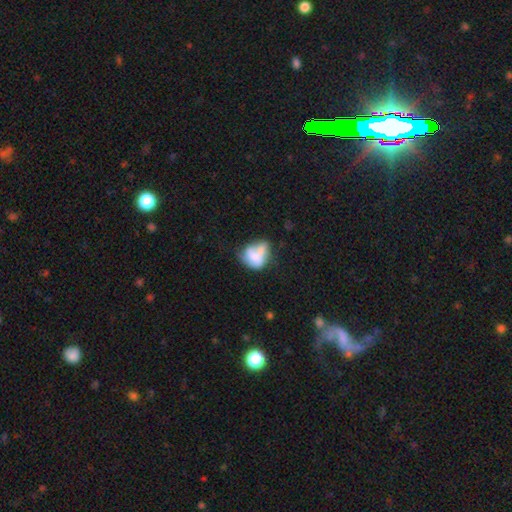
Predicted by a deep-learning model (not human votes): This appears to be a smooth galaxy with no disk features (58%) that is in between round and cigar-shaped (59%). Merging: merger (29%).